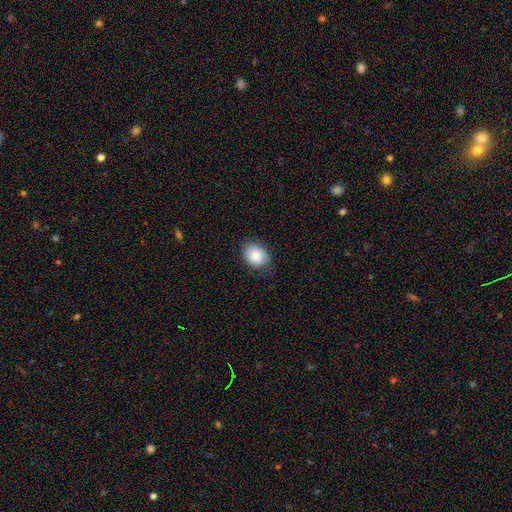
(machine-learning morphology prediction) This is clearly a smooth galaxy (86%). How rounded: likely in between (67%). Merging: likely none (78%).